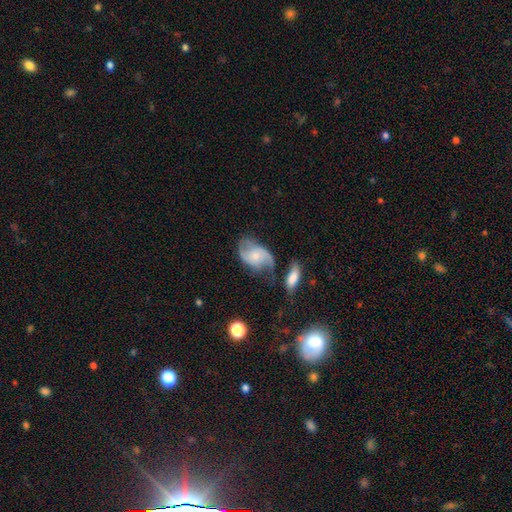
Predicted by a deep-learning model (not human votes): This is likely a featured or disk galaxy (71%). It is clearly not viewed edge-on (96%). Bar: likely no (66%). Spiral arm pattern: clearly yes (91%). Spiral arm count: clearly 2 (87%). Spiral winding: possibly loose (50%). Central bulge: possibly small (54%). Merging: possibly none (47%).